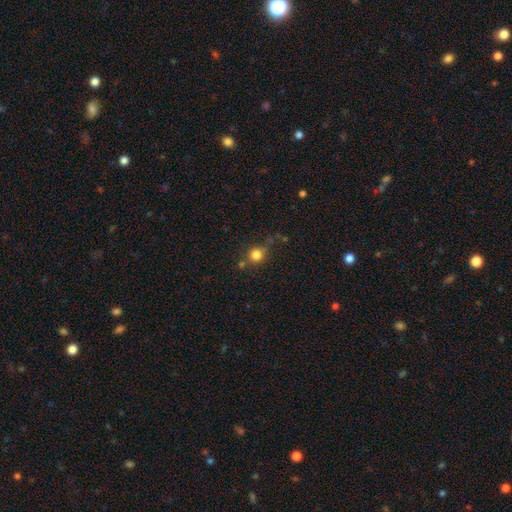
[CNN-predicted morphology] smooth_or_featured: smooth (p=0.80) [alt: star or artifact p=0.12]
how_rounded: round (p=0.88) [alt: in between p=0.10]
merging: none (p=0.64) [alt: minor disturbance p=0.18]